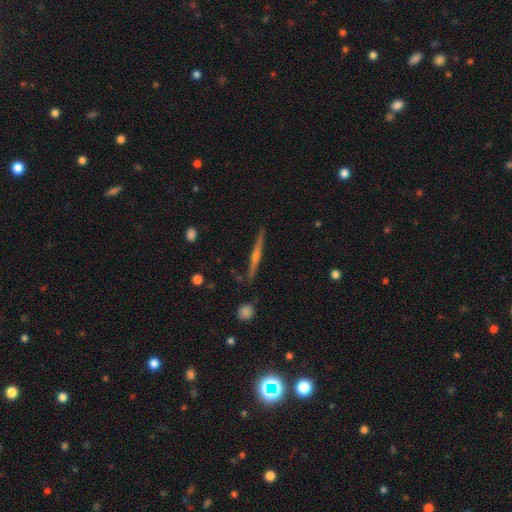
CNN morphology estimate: Q: Smooth or featured?
A: featured or disk (69%); runner-up: smooth (18%)
Q: Edge-on disk?
A: yes (92%); runner-up: no (8%)
Q: Edge-on bulge?
A: rounded (79%); runner-up: none (14%)
Q: Merging?
A: none (79%); runner-up: minor disturbance (14%)